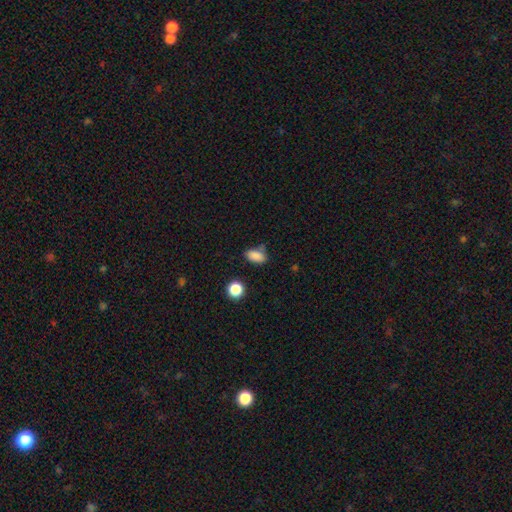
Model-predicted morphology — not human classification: This appears to be a smooth galaxy with no disk features (85%) that is in between round and cigar-shaped (86%). Merging: none (65%).